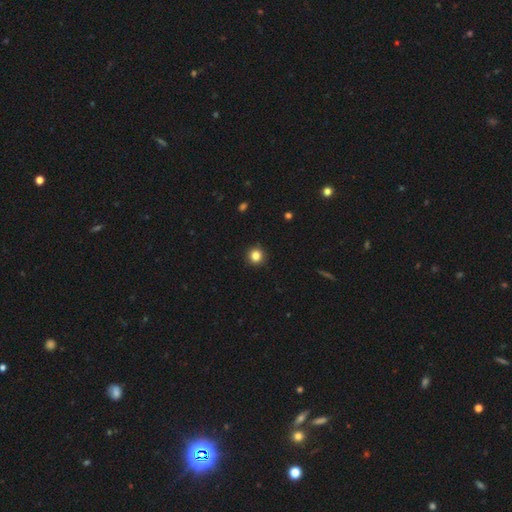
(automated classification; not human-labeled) smooth_or_featured: smooth (p=0.84) [alt: star or artifact p=0.12]
how_rounded: round (p=0.93) [alt: in between p=0.06]
merging: none (p=0.92) [alt: minor disturbance p=0.05]